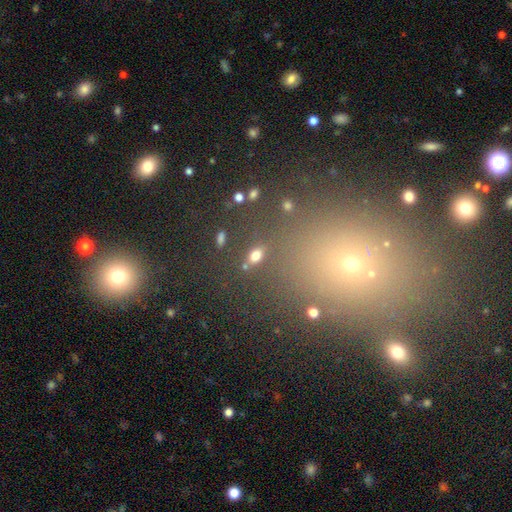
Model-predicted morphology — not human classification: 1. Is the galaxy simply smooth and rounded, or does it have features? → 74% smooth, 16% star or artifact, 10% featured or disk.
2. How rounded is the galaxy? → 81% in between, 14% round, 5% cigar-shaped.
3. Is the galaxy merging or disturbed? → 80% none, 10% minor disturbance, 6% merger, 4% major disturbance.